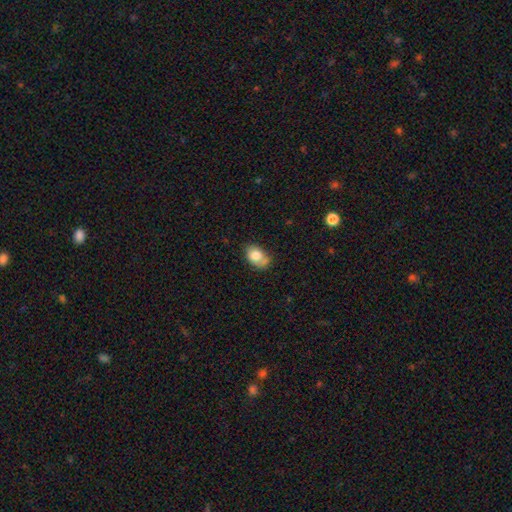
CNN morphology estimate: Overall: smooth (79%). How rounded: in between (76%). Merging: none (48%; minor disturbance 33%).